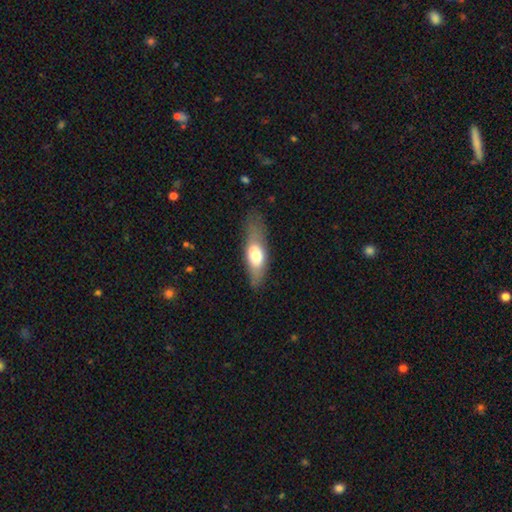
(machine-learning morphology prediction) A smooth galaxy with no disk features (59%) that is in between round and cigar-shaped (64%).

Vote fractions:
- Smooth or featured? smooth: 59% / featured or disk: 35% / star or artifact: 6%
- How rounded? in between: 64% / cigar-shaped: 32% / round: 4%
- Merging? none: 68% / minor disturbance: 21% / major disturbance: 9% / merger: 2%